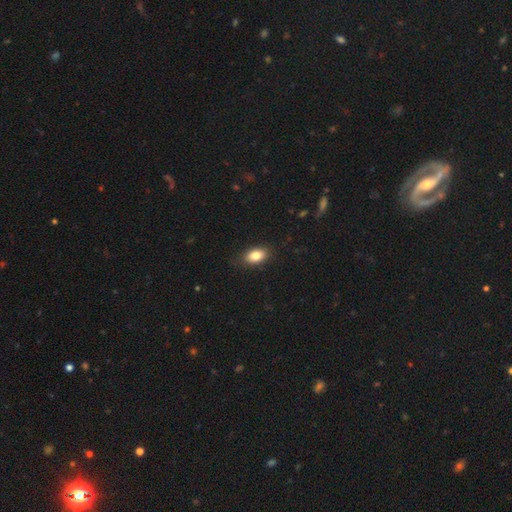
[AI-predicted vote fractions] This appears to be a smooth galaxy with no disk features (84%) that is in between round and cigar-shaped (89%). Merging: none (84%).